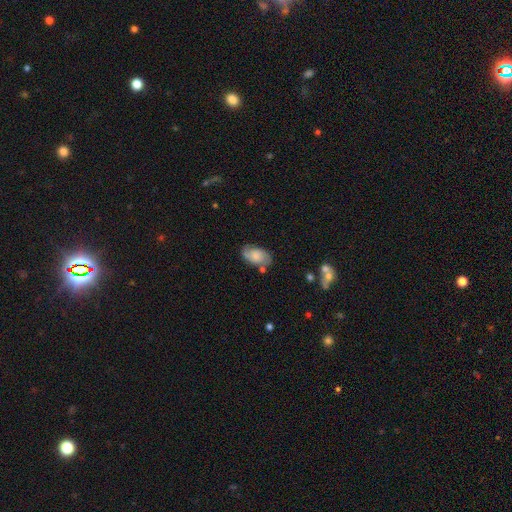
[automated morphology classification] smooth 47%, featured or disk 45%, star or artifact 8%. Down the decision tree: merging — none (67%).